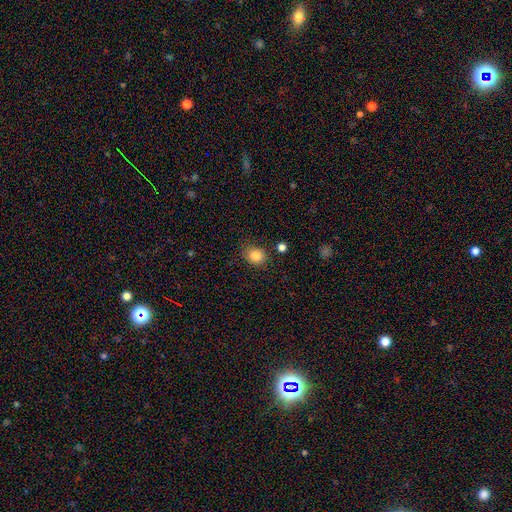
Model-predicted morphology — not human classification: Smooth or featured? smooth (85%)
How rounded? round (69%)
Merging? none (80%)